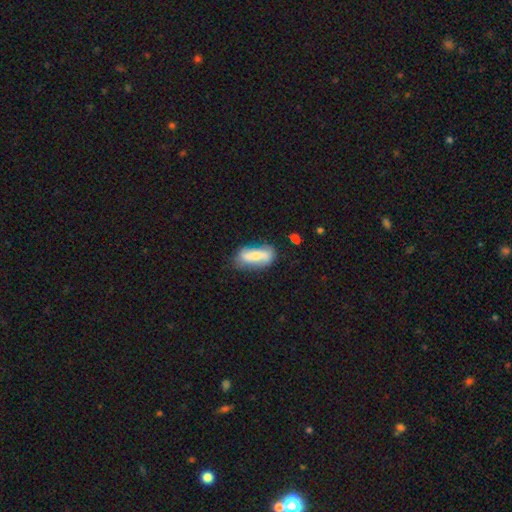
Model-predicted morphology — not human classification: Smooth or featured? Predicted: smooth (p=0.58). How rounded? Predicted: in between (p=0.76). Merging? Predicted: none (p=0.65).